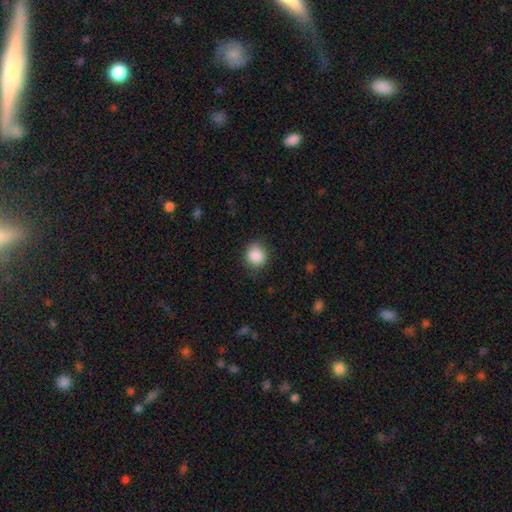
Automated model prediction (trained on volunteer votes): Q: Smooth or featured?
A: smooth (88%); runner-up: star or artifact (8%)
Q: How rounded?
A: round (79%); runner-up: in between (20%)
Q: Merging?
A: none (82%); runner-up: minor disturbance (14%)